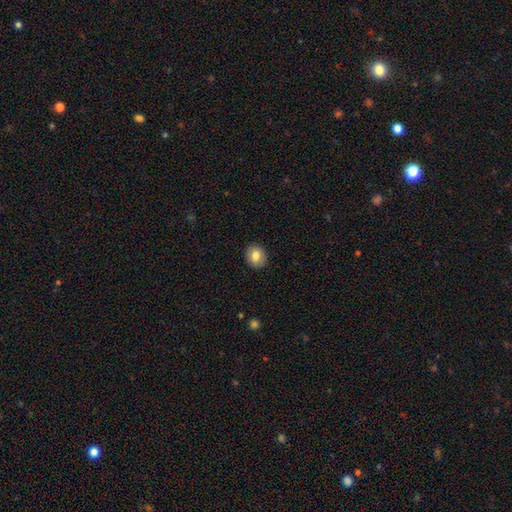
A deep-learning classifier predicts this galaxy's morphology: This appears to be a smooth galaxy with no disk features (81%) that is round (66%). Merging: none (90%).